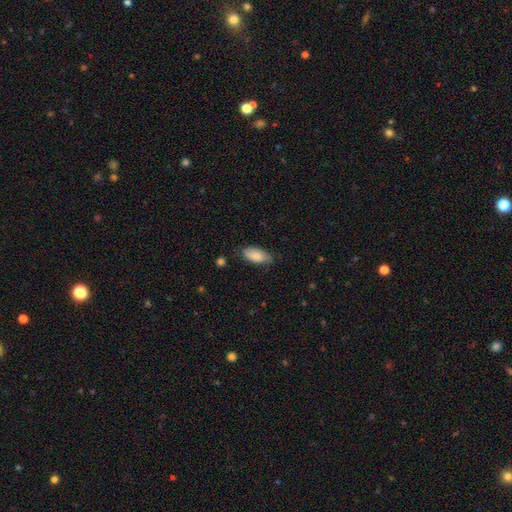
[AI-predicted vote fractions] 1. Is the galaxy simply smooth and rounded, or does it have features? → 78% smooth, 16% featured or disk, 6% star or artifact.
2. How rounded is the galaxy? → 92% in between, 6% cigar-shaped, 2% round.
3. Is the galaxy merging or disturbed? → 69% none, 25% minor disturbance, 4% major disturbance, 1% merger.